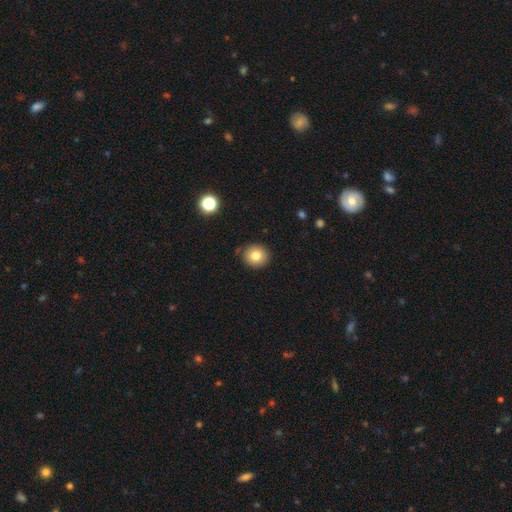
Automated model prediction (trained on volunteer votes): The model was most divided on "smooth or featured": smooth: 79%, star or artifact: 11%, featured or disk: 10%. More confident: how rounded — round (89%); merging — none (87%).